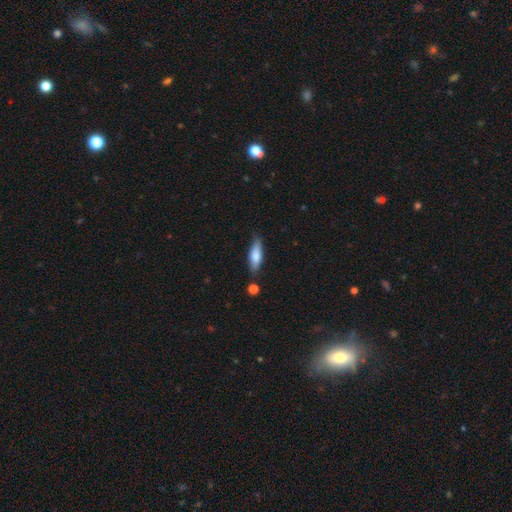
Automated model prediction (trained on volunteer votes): Q: Smooth or featured?
A: smooth (71%); runner-up: featured or disk (22%)
Q: How rounded?
A: in between (49%); tied with: cigar-shaped (49%)
Q: Merging?
A: none (74%); runner-up: minor disturbance (18%)